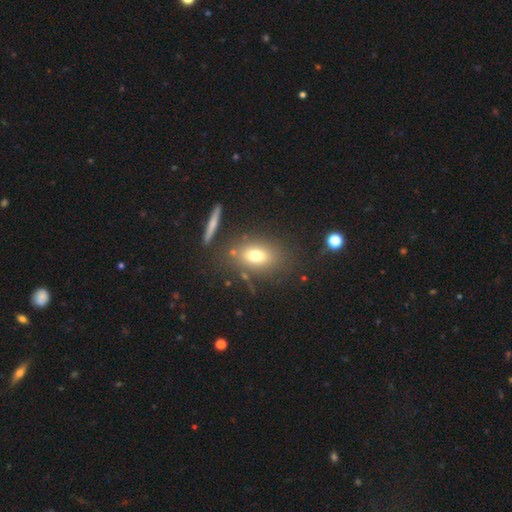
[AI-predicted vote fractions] A smooth galaxy with no disk features (71%) that is in between round and cigar-shaped (72%).

Vote fractions:
- Smooth or featured? smooth: 71% / featured or disk: 16% / star or artifact: 13%
- How rounded? in between: 72% / round: 24% / cigar-shaped: 4%
- Merging? none: 75% / minor disturbance: 12% / merger: 7% / major disturbance: 6%